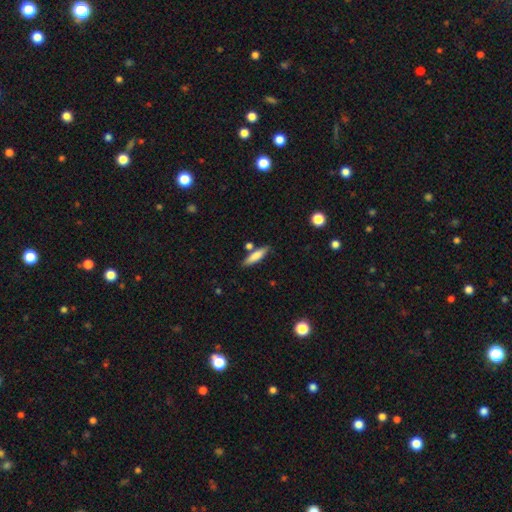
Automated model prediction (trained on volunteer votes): Smooth or featured: smooth — 77% (featured or disk — 17%)
How rounded: cigar-shaped — 72% (in between — 26%)
Merging: none — 77% (minor disturbance — 12%)